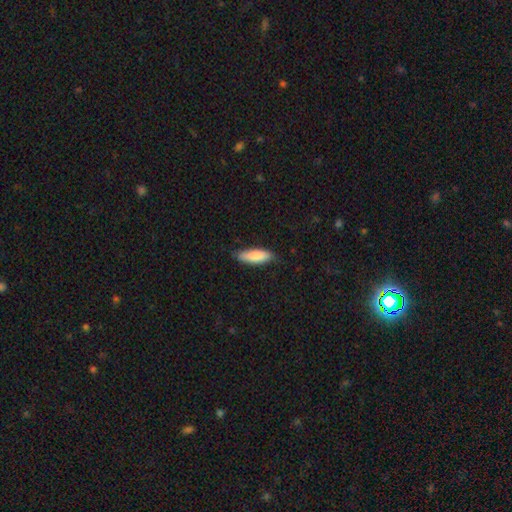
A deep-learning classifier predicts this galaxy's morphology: A smooth galaxy with no disk features (82%) that is in between round and cigar-shaped (51%).

Vote fractions:
- Smooth or featured? smooth: 82% / featured or disk: 12% / star or artifact: 6%
- How rounded? in between: 51% / cigar-shaped: 47% / round: 2%
- Merging? none: 79% / minor disturbance: 17% / major disturbance: 3% / merger: 1%